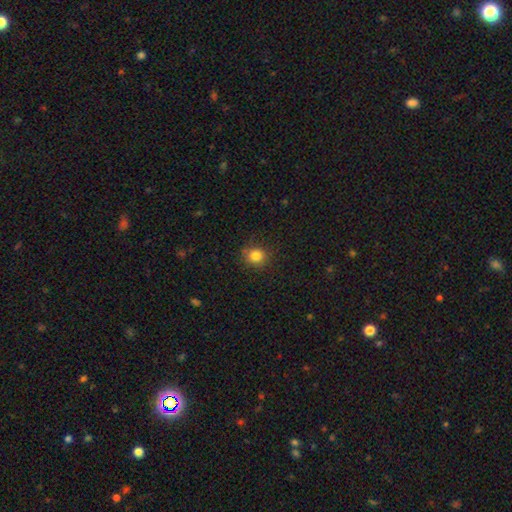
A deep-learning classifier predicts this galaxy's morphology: The model was most divided on "smooth or featured": smooth: 83%, star or artifact: 12%, featured or disk: 5%. More confident: how rounded — round (85%); merging — none (84%).